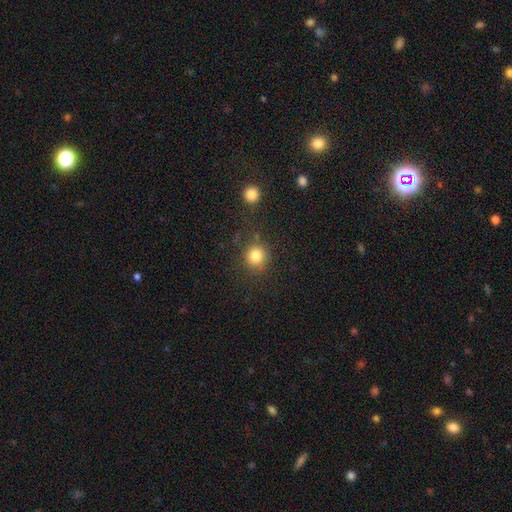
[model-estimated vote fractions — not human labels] This is clearly a smooth galaxy (83%). How rounded: clearly round (89%). Merging: clearly none (80%).